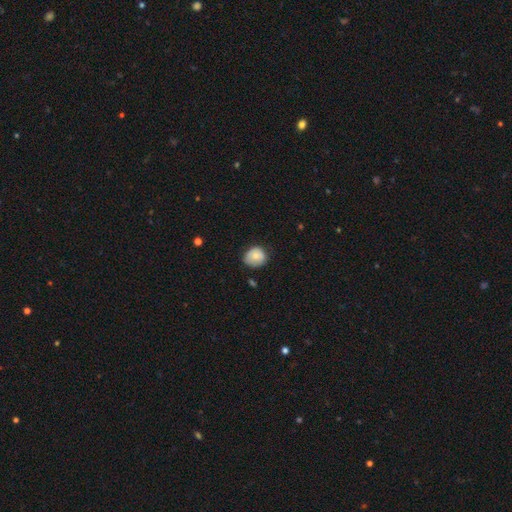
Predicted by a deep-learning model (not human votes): Smooth or featured? Predicted: smooth (p=0.75). How rounded? Predicted: round (p=0.77). Merging? Predicted: none (p=0.64).